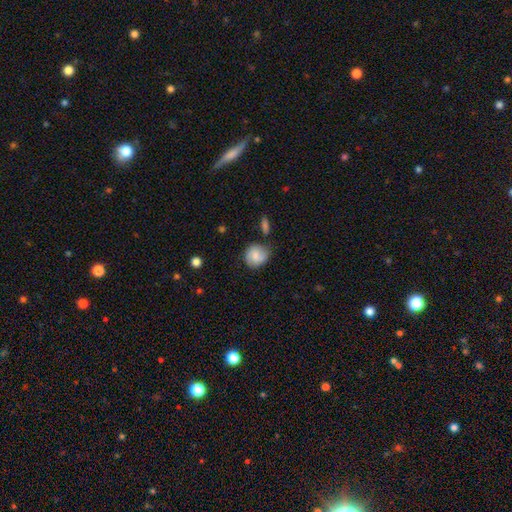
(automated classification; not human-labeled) Overall: smooth (74%). How rounded: round (80%). Merging: none (65%).